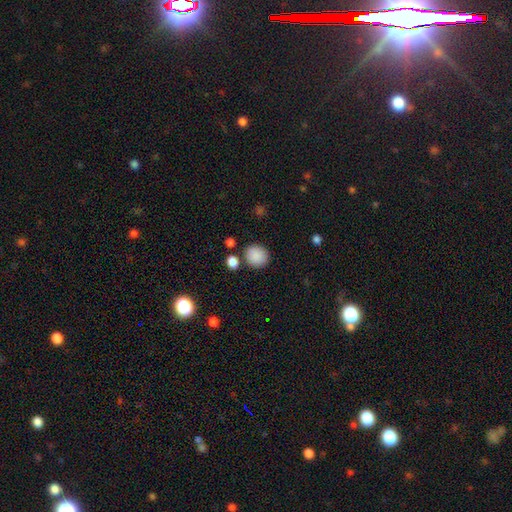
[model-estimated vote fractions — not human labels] smooth_or_featured: smooth (p=0.88) [alt: star or artifact p=0.09]
how_rounded: round (p=0.82) [alt: in between p=0.17]
merging: none (p=0.82) [alt: minor disturbance p=0.09]